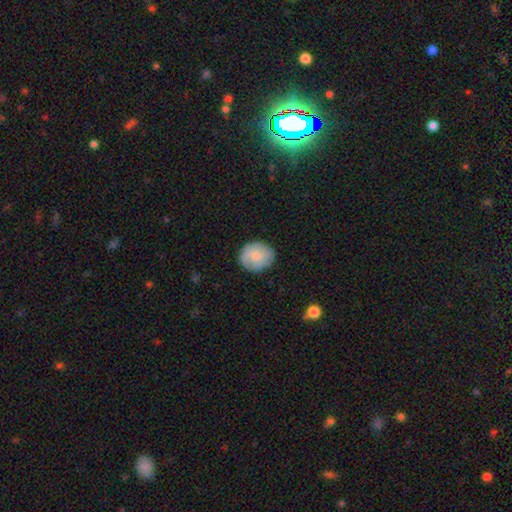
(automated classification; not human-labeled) smooth 77%, featured or disk 17%, star or artifact 6%. Down the decision tree: how rounded — round (77%); merging — none (83%).